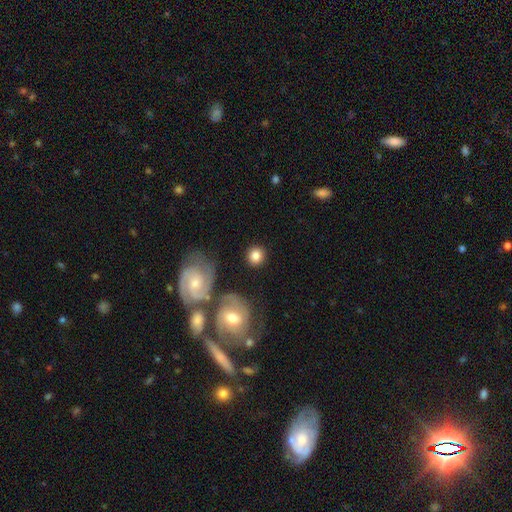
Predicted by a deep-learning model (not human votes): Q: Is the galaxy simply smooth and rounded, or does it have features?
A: smooth — 80%.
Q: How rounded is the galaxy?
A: round — 87%.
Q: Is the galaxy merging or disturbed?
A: none — 83%.